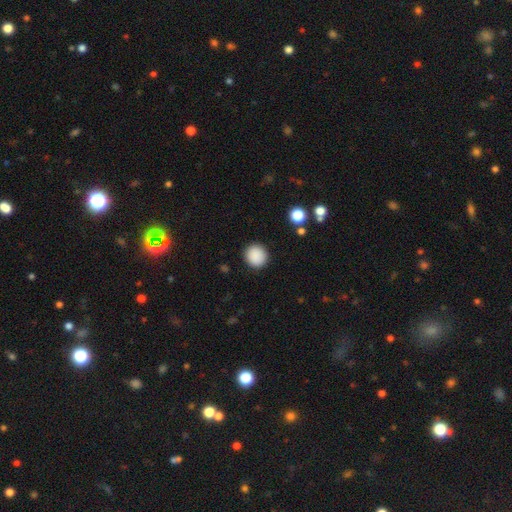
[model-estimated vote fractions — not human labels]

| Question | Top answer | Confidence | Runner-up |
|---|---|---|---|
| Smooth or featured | smooth | 89% | star or artifact (8%) |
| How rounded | round | 91% | in between (8%) |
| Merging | none | 91% | minor disturbance (6%) |